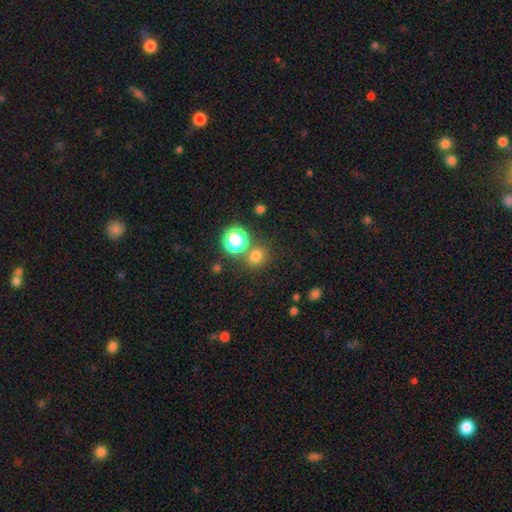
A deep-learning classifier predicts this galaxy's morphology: This appears to be a smooth galaxy with no disk features (72%) that is round (77%). Merging: none (73%).